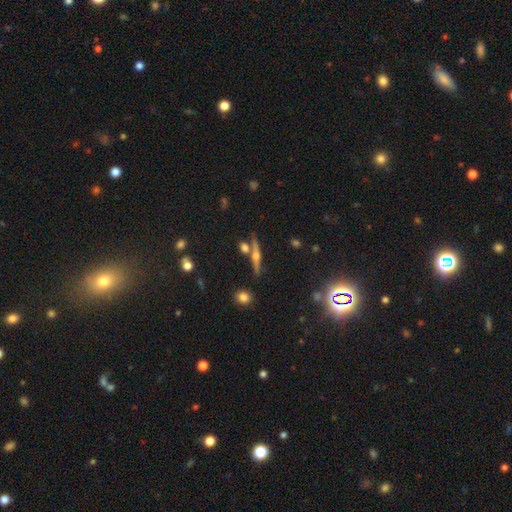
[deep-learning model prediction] Smooth or featured? Predicted: featured or disk (p=0.70). Edge-on disk? Predicted: yes (p=0.96). Edge-on bulge? Predicted: rounded (p=0.92). Merging? Predicted: none (p=0.75).